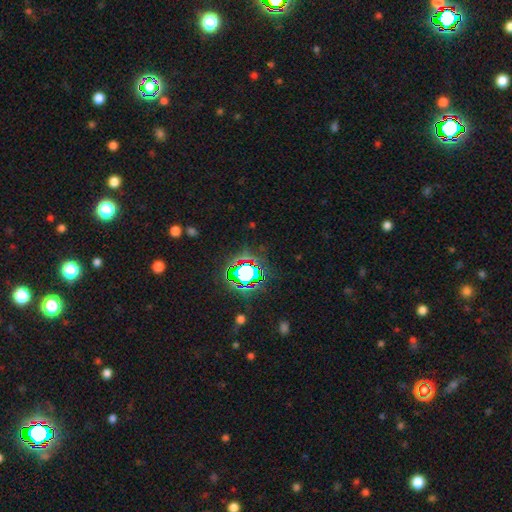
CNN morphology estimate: smooth-or-featured: star or artifact: 80% | smooth: 12% | featured or disk: 8%